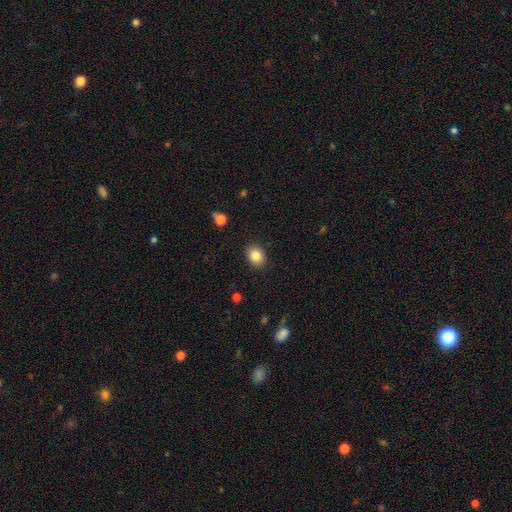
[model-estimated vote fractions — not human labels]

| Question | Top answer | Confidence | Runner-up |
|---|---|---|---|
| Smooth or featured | smooth | 84% | star or artifact (10%) |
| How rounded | in between | 50% | round (49%) |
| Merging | none | 90% | minor disturbance (7%) |